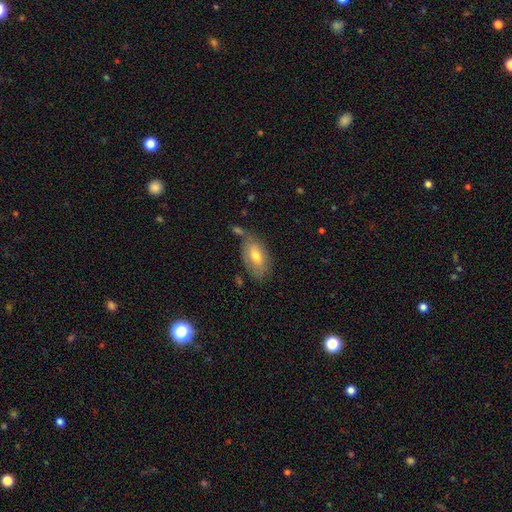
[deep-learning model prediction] Morphology: type=smooth (69%); roundness=in between (91%); merging=none (59%).